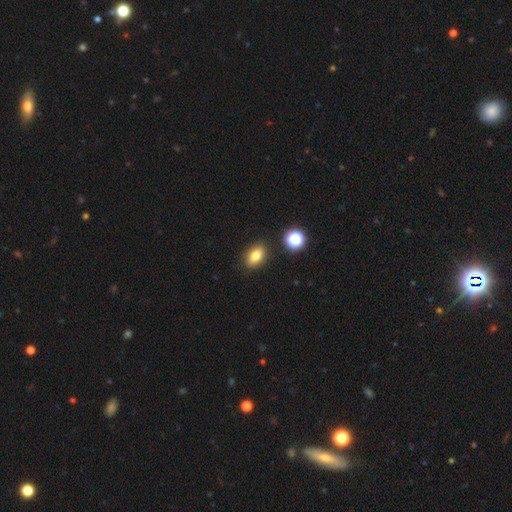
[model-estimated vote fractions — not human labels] A smooth galaxy with no disk features (79%) that is in between round and cigar-shaped (80%). Merging: none (86%).